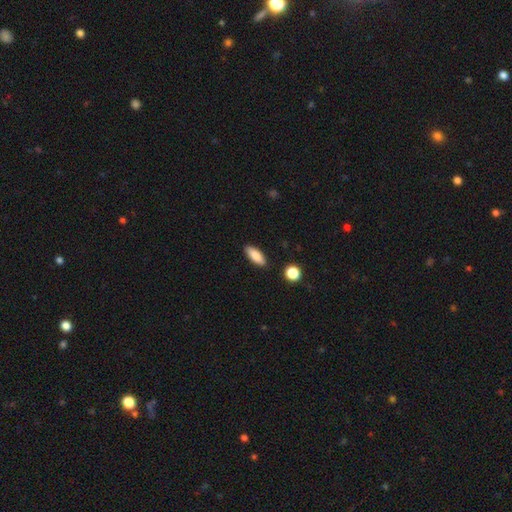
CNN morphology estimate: This appears to be a smooth galaxy with no disk features (85%) that is in between round and cigar-shaped (72%). Merging: none (88%).